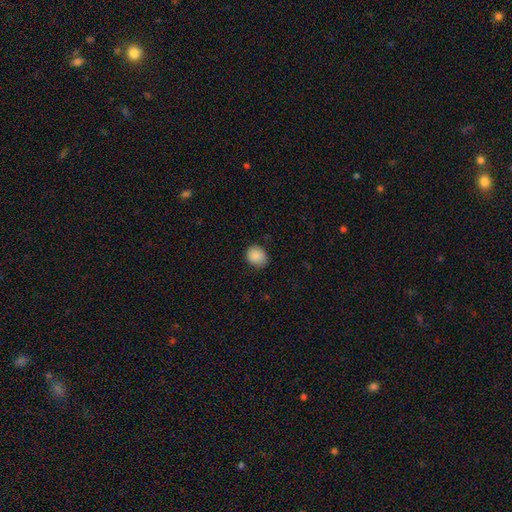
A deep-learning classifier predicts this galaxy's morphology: A smooth galaxy with no disk features (88%) that is round (74%).

Vote fractions:
- Smooth or featured? smooth: 88% / star or artifact: 8% / featured or disk: 4%
- How rounded? round: 74% / in between: 25% / cigar-shaped: 1%
- Merging? none: 78% / minor disturbance: 18% / major disturbance: 3% / merger: 1%